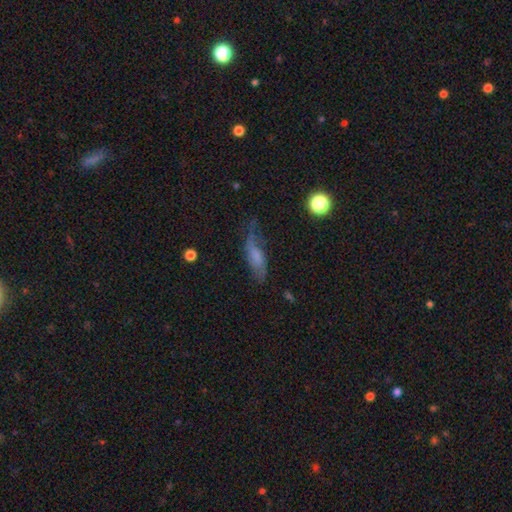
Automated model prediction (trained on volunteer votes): The model was most divided on "smooth or featured": smooth: 45%, featured or disk: 44%, star or artifact: 11%. More confident: merging — none (53%).